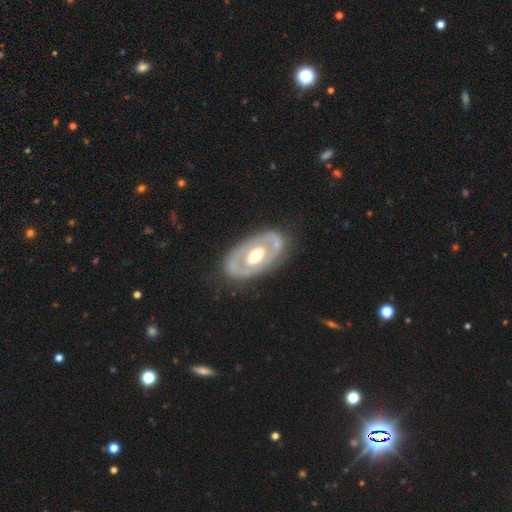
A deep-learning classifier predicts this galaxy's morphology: Q: Smooth or featured?
A: featured or disk (64%); runner-up: smooth (32%)
Q: Edge-on disk?
A: no (91%); runner-up: yes (9%)
Q: Bar?
A: no (75%); runner-up: weak (17%)
Q: Spiral arms?
A: no (83%); runner-up: yes (17%)
Q: Bulge size?
A: moderate (64%); runner-up: large (27%)
Q: Merging?
A: none (79%); runner-up: minor disturbance (14%)